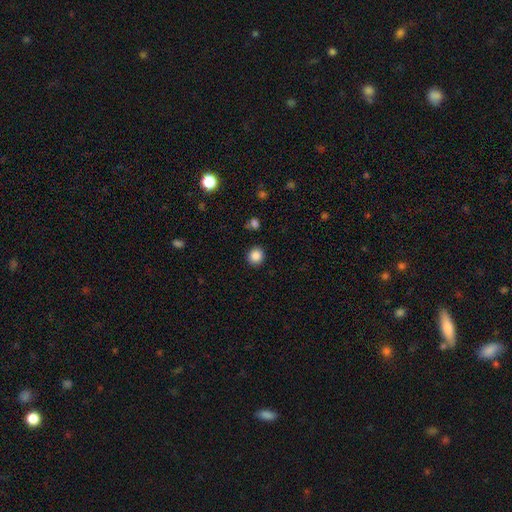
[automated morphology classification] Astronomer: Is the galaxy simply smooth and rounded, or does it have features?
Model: smooth — 87%.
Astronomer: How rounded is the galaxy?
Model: round — 87%.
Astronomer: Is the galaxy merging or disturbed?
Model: none — 89%.